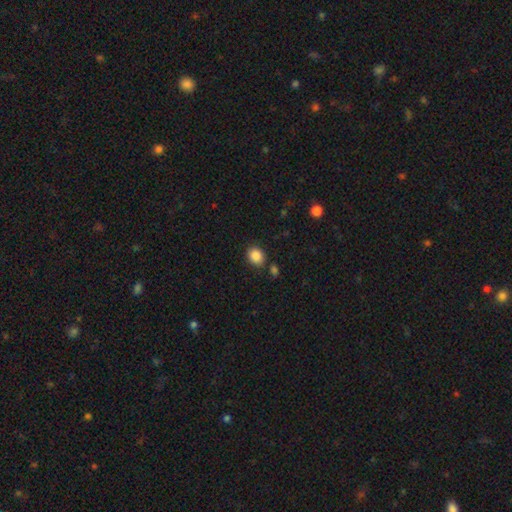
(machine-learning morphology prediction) Smooth or featured: smooth — 87% (star or artifact — 9%)
How rounded: round — 57% (in between — 42%)
Merging: none — 81% (minor disturbance — 11%)